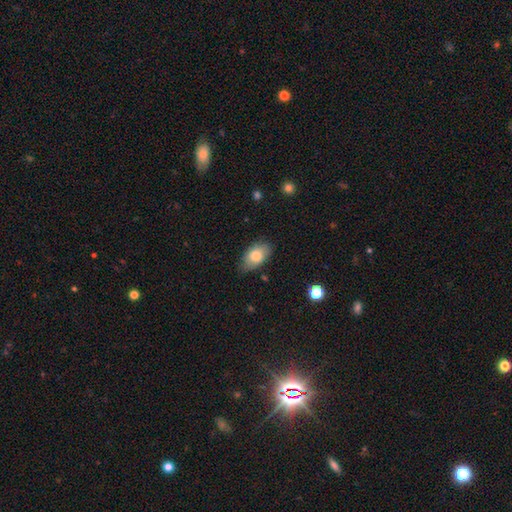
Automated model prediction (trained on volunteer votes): Overall: smooth (79%). How rounded: in between (92%). Merging: none (76%).